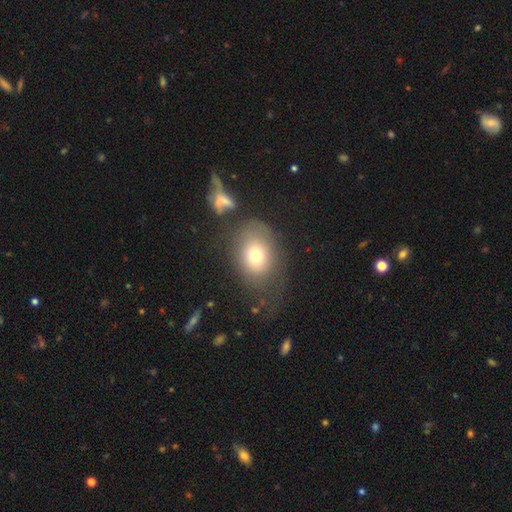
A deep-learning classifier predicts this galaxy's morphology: Smooth or featured? smooth (71%)
How rounded? in between (57%)
Merging? none (54%)